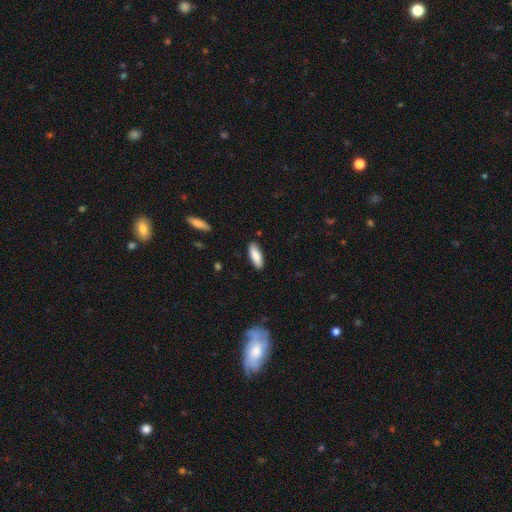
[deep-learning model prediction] This appears to be a smooth galaxy with no disk features (87%) that is in between round and cigar-shaped (63%). Merging: none (88%).